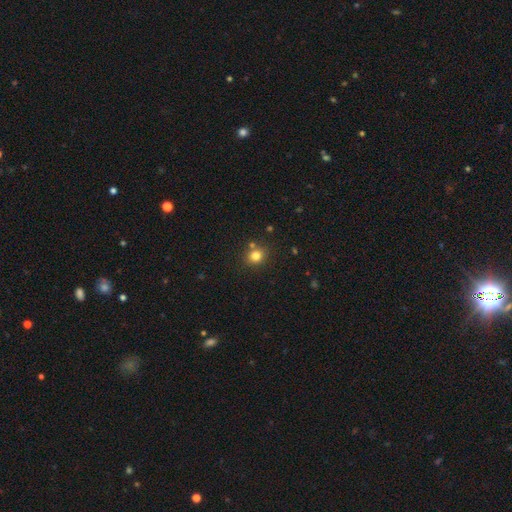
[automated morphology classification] This is likely a smooth galaxy (79%). How rounded: likely round (76%). Merging: likely none (76%).